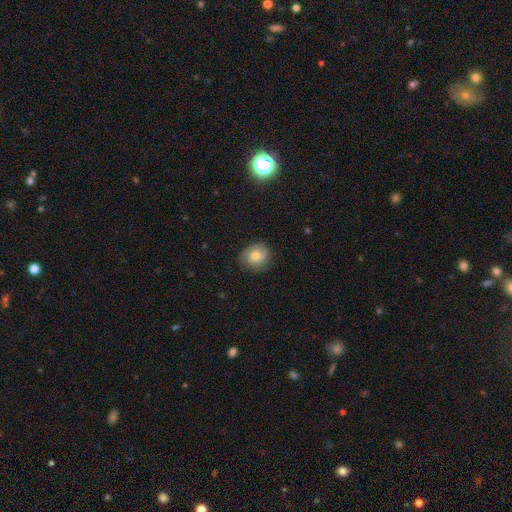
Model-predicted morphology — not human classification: Smooth or featured?
  - smooth: 54% *
  - featured or disk: 36%
  - star or artifact: 10%
How rounded?
  - round: 77% *
  - in between: 22%
  - cigar-shaped: 1%
Merging?
  - none: 77% *
  - minor disturbance: 18%
  - major disturbance: 5%
  - merger: 1%